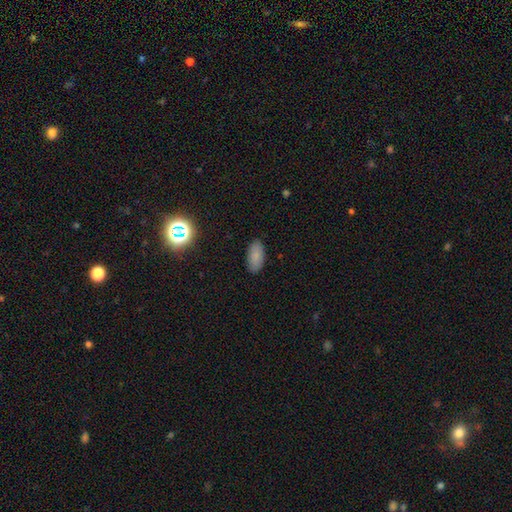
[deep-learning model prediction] Overall: smooth (85%). How rounded: in between (92%). Merging: none (88%).